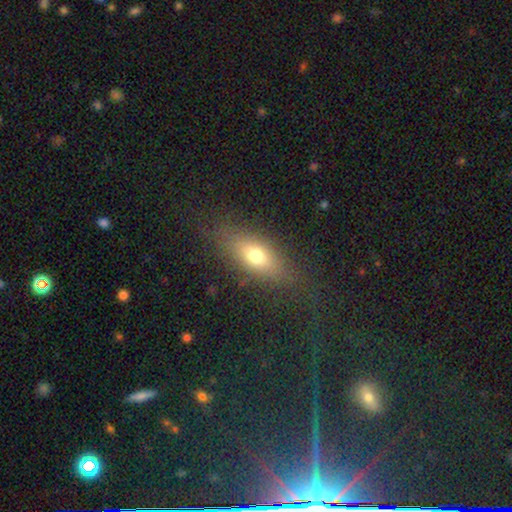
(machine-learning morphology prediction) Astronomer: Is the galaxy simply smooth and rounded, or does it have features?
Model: smooth — 68%.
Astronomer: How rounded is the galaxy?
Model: in between — 74%.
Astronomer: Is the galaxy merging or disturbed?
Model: none — 77%.